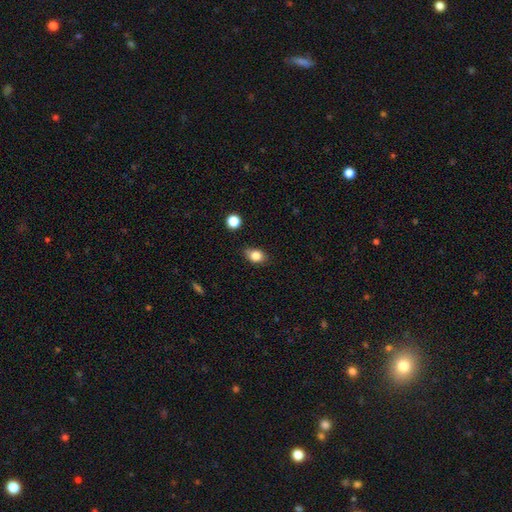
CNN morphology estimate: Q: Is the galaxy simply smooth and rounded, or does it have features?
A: smooth — 82%.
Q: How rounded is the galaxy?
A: in between — 69%.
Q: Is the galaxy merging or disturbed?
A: none — 78%.